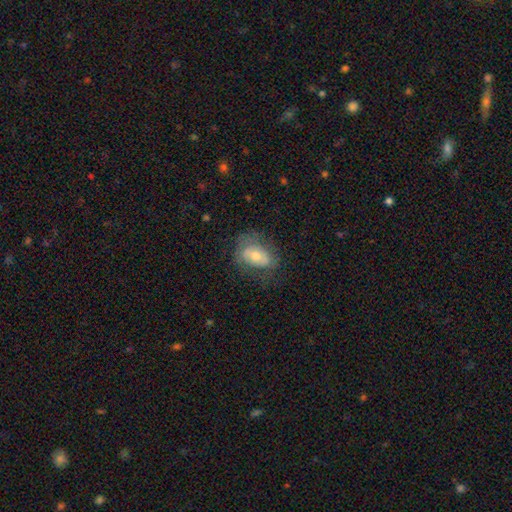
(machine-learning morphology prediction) smooth 51%, featured or disk 40%, star or artifact 9%. Down the decision tree: how rounded — in between (82%); merging — none (63%).